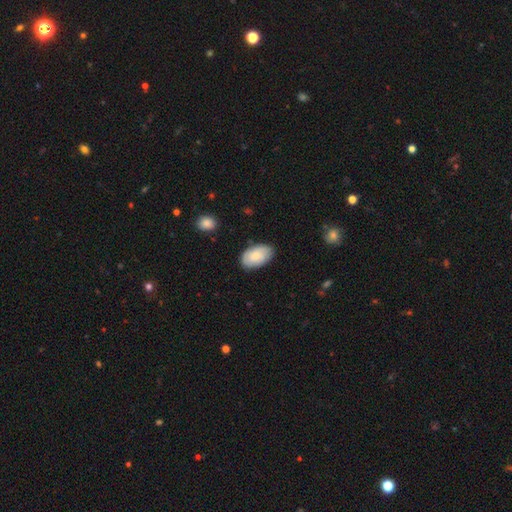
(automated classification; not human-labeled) This appears to be a smooth galaxy with no disk features (74%) that is in between round and cigar-shaped (94%). Merging: none (79%).